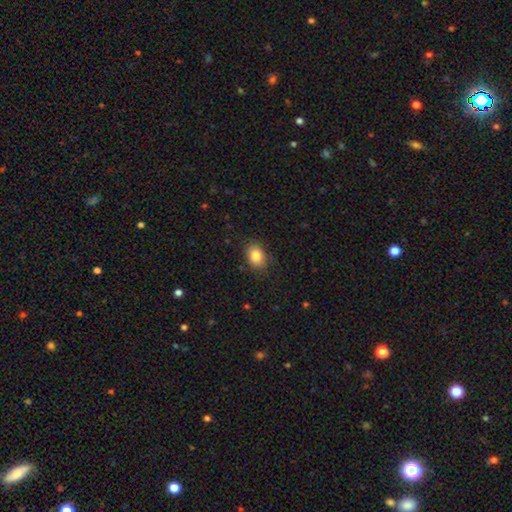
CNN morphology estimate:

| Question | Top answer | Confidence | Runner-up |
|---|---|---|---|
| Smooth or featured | smooth | 85% | star or artifact (8%) |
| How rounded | in between | 72% | round (27%) |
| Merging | none | 83% | minor disturbance (12%) |